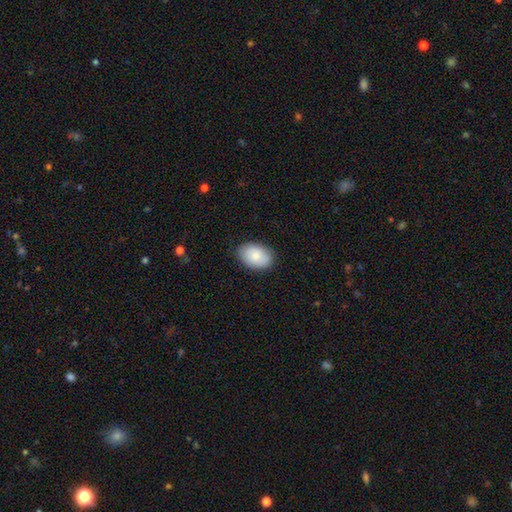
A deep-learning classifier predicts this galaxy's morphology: The model was most divided on "merging": none: 85%, minor disturbance: 12%, major disturbance: 2%, merger: 1%. More confident: how rounded — in between (87%); smooth or featured — smooth (84%).